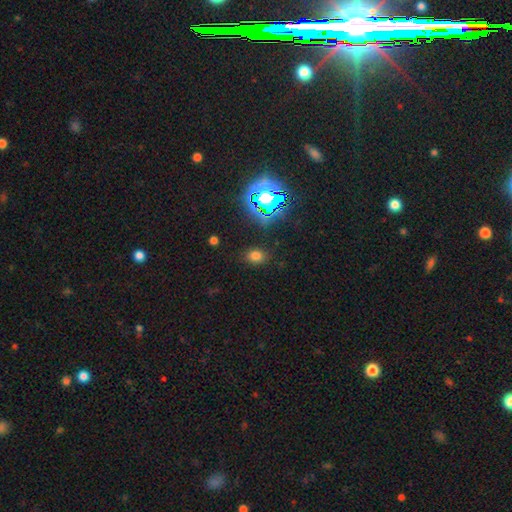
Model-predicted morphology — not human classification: Smooth or featured?
  - smooth: 67% *
  - star or artifact: 26%
  - featured or disk: 7%
How rounded?
  - in between: 69% *
  - round: 30%
  - cigar-shaped: 1%
Merging?
  - none: 84% *
  - minor disturbance: 10%
  - major disturbance: 4%
  - merger: 2%